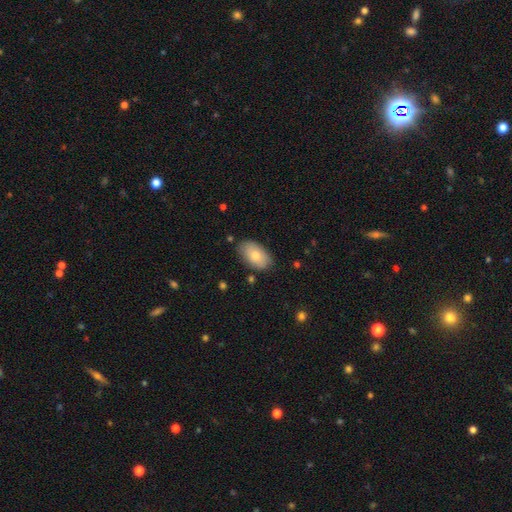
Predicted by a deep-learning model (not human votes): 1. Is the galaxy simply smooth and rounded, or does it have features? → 79% smooth, 15% featured or disk, 6% star or artifact.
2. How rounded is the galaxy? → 94% in between, 5% round, 2% cigar-shaped.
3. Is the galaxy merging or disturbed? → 81% none, 14% minor disturbance, 3% major disturbance, 2% merger.